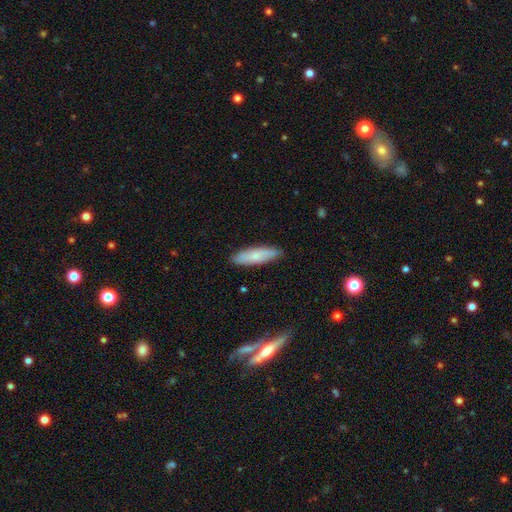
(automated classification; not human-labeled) A smooth galaxy with no disk features (71%) that is cigar-shaped (60%).

Vote fractions:
- Smooth or featured? smooth: 71% / featured or disk: 23% / star or artifact: 6%
- How rounded? cigar-shaped: 60% / in between: 38% / round: 2%
- Merging? none: 86% / minor disturbance: 11% / major disturbance: 2% / merger: 1%